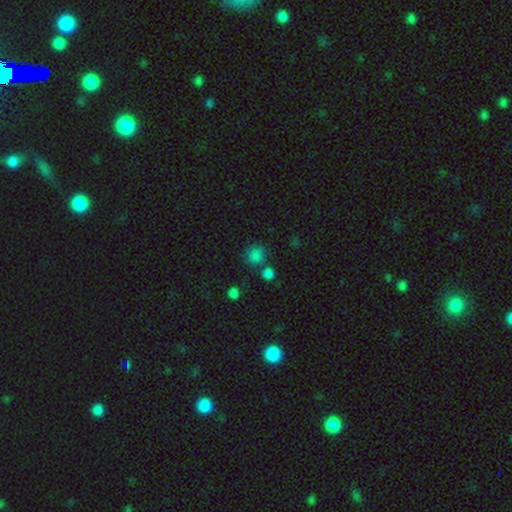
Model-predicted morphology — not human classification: Smooth or featured?
  - smooth: 80% *
  - star or artifact: 15%
  - featured or disk: 5%
How rounded?
  - round: 90% *
  - in between: 9%
  - cigar-shaped: 1%
Merging?
  - none: 68% *
  - merger: 18%
  - minor disturbance: 10%
  - major disturbance: 4%